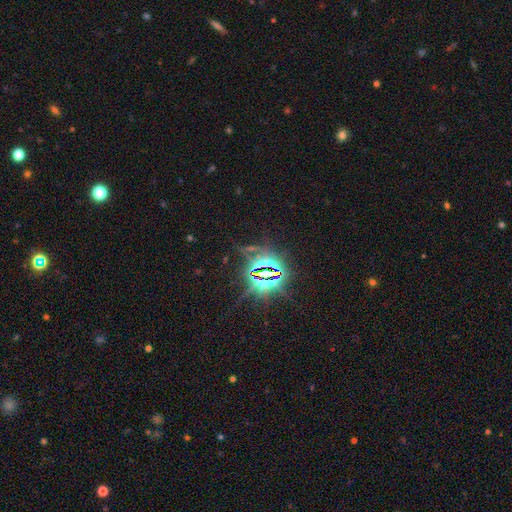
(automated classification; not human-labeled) smooth_or_featured: star or artifact (p=0.84) [alt: smooth p=0.09]